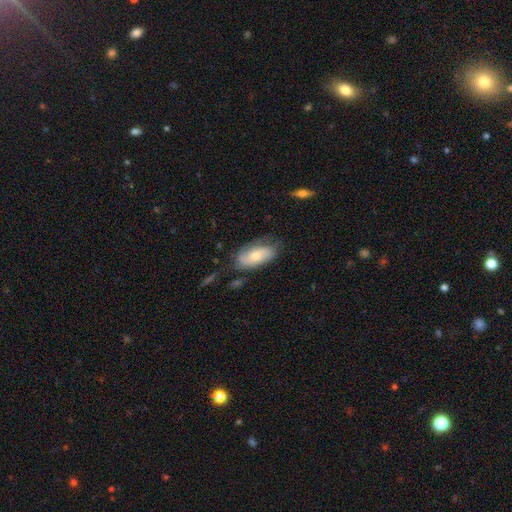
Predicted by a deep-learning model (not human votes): This is possibly a smooth galaxy (56%). How rounded: clearly in between (89%). Merging: likely none (60%).